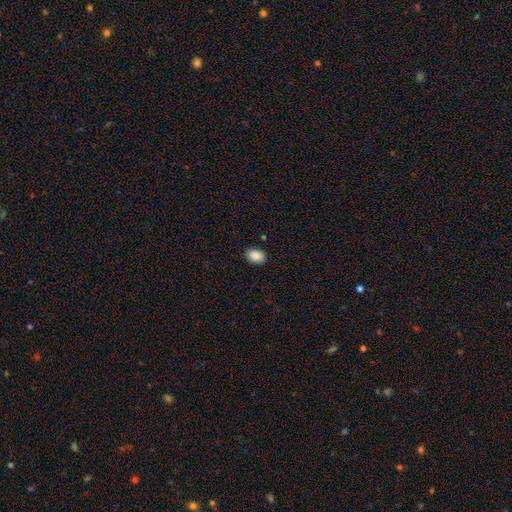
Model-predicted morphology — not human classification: Q: Smooth or featured?
A: smooth (88%); runner-up: star or artifact (7%)
Q: How rounded?
A: in between (81%); runner-up: round (18%)
Q: Merging?
A: none (89%); runner-up: minor disturbance (8%)